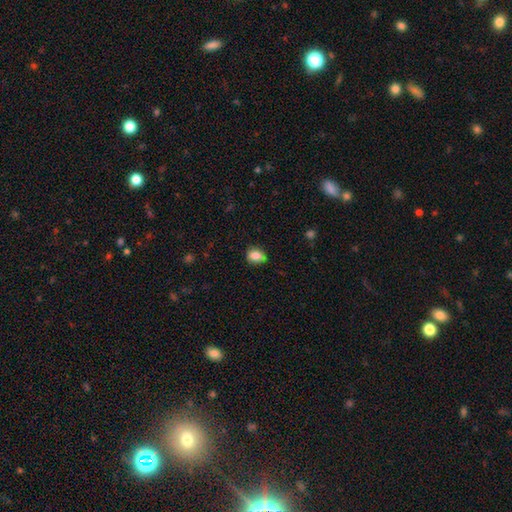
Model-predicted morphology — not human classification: This is clearly a smooth galaxy (85%). How rounded: likely in between (67%). Merging: likely none (77%).